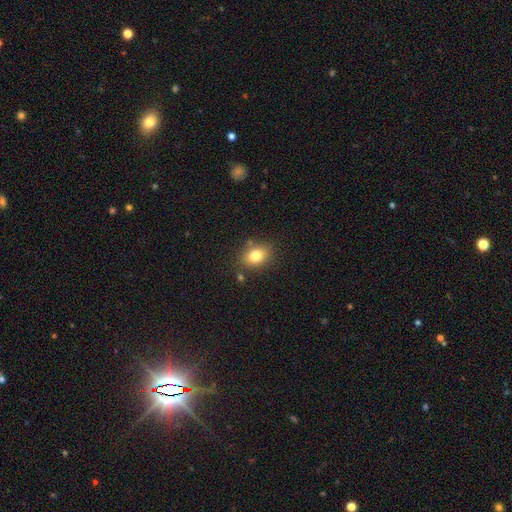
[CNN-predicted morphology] A smooth galaxy with no disk features (80%) that is in between round and cigar-shaped (63%). Merging: none (79%).